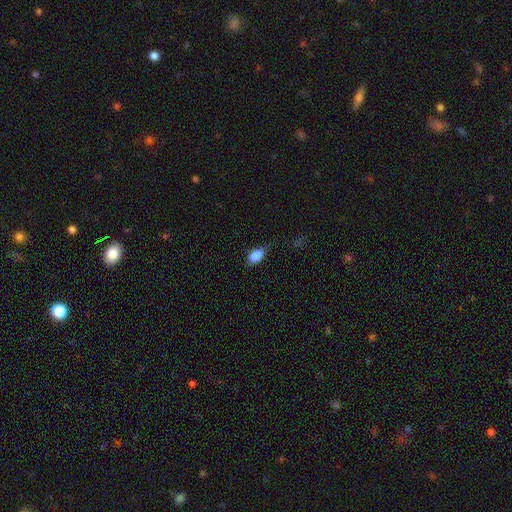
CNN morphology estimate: This appears to be a smooth galaxy with no disk features (84%) that is in between round and cigar-shaped (88%). Merging: none (48%).